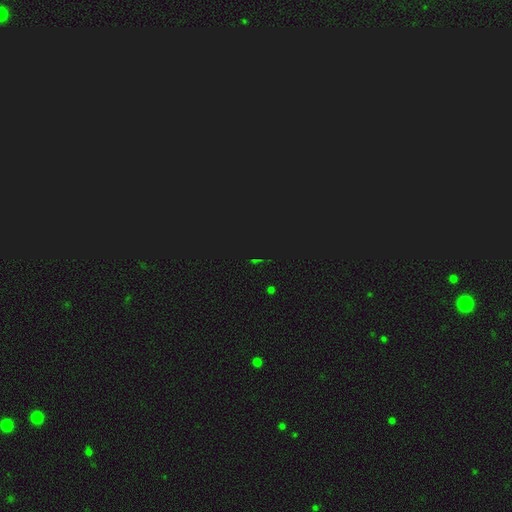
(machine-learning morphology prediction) Q: Smooth or featured?
A: star or artifact (76%); runner-up: smooth (15%)